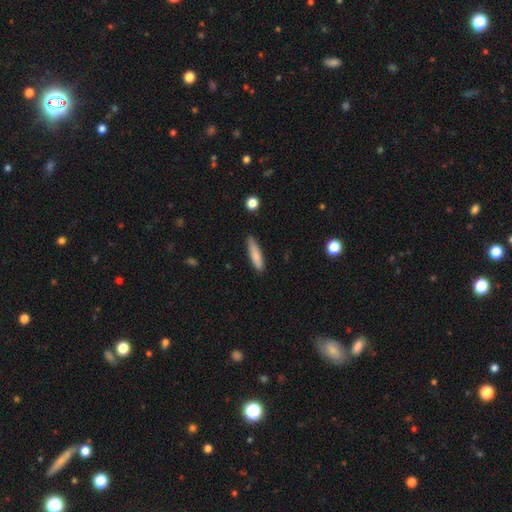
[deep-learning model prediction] A smooth galaxy with no disk features (81%) that is cigar-shaped (78%). Merging: none (81%).